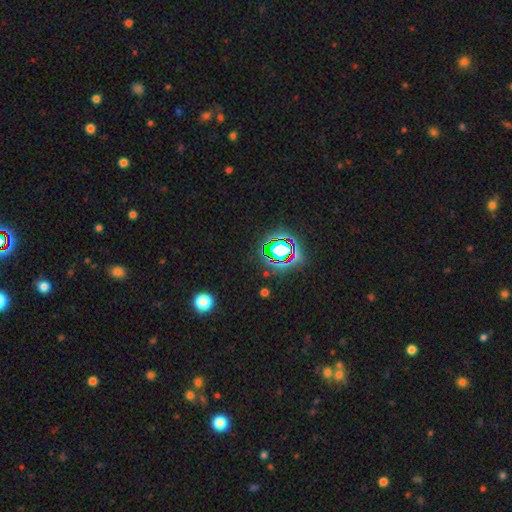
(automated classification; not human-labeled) This is likely a star or artifact rather than a galaxy (78%).